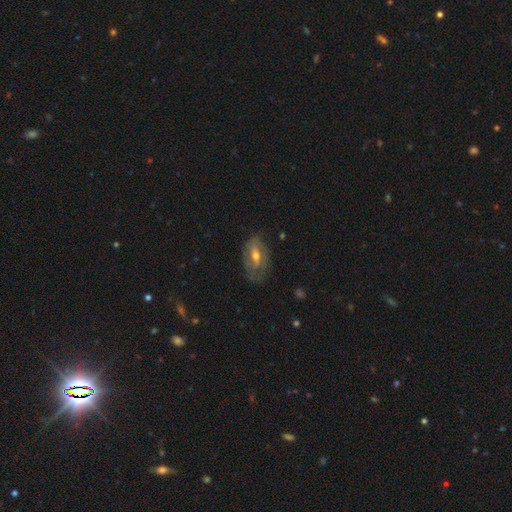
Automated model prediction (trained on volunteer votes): smooth-or-featured: featured or disk: 65% | smooth: 27% | star or artifact: 8%
  disk-edge-on: no: 90% | yes: 10%
    bar: weak: 43% | no: 31% | strong: 26%
    has-spiral-arms: yes: 66% | no: 34%
    bulge-size: moderate: 64% | small: 31% | large: 3% | none: 1% | dominant: 1%
  merging: none: 65% | minor disturbance: 23% | major disturbance: 10% | merger: 2%